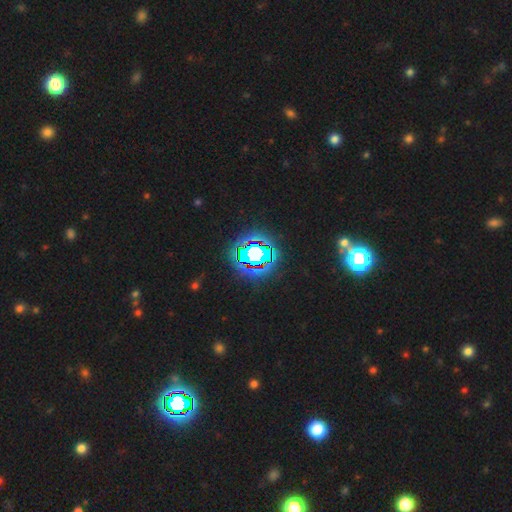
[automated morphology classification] Smooth or featured? star or artifact (78%)